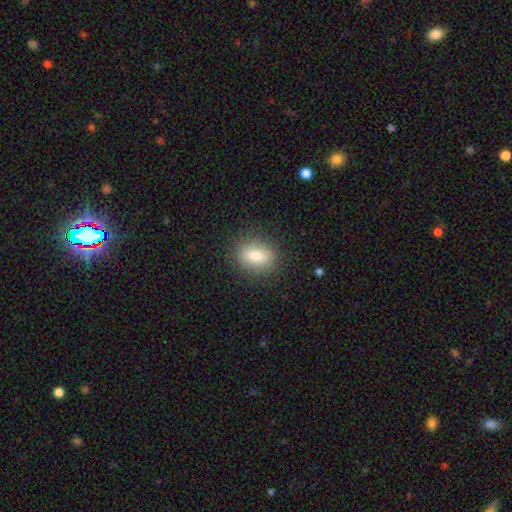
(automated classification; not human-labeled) A smooth galaxy with no disk features (82%) that is in between round and cigar-shaped (69%).

Vote fractions:
- Smooth or featured? smooth: 82% / featured or disk: 9% / star or artifact: 9%
- How rounded? in between: 69% / round: 28% / cigar-shaped: 3%
- Merging? none: 86% / minor disturbance: 10% / major disturbance: 3% / merger: 1%